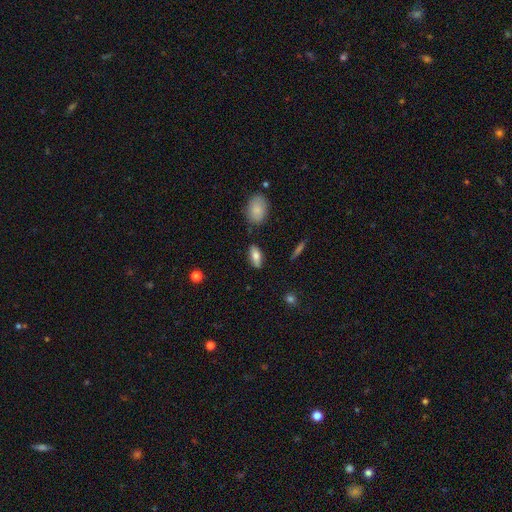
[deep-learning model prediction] smooth_or_featured: smooth (p=0.72) [alt: featured or disk p=0.20]
how_rounded: in between (p=0.81) [alt: cigar-shaped p=0.16]
merging: none (p=0.82) [alt: minor disturbance p=0.12]